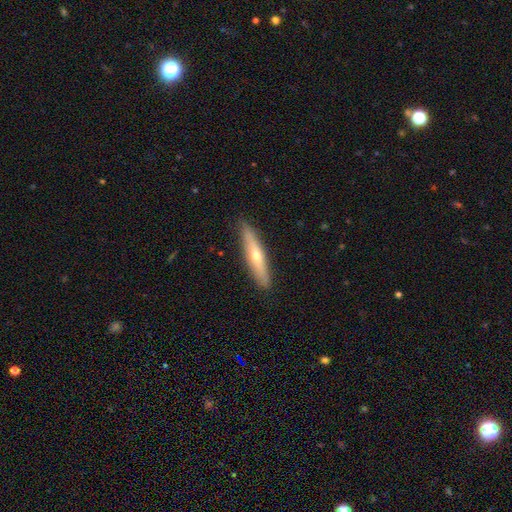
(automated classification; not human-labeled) Smooth or featured? Predicted: featured or disk (p=0.53). Edge-on disk? Predicted: yes (p=0.85). Merging? Predicted: none (p=0.89).